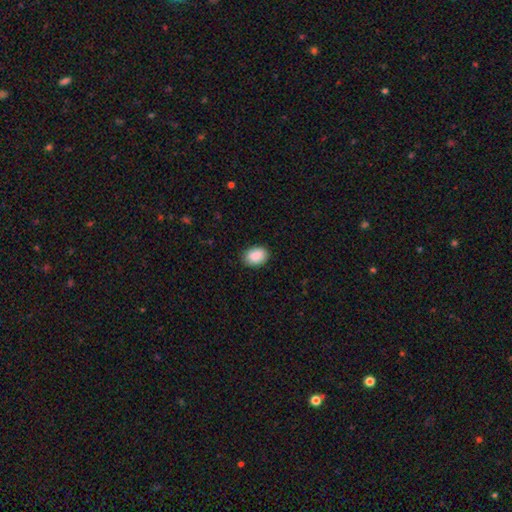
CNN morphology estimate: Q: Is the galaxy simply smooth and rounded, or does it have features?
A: smooth — 90%.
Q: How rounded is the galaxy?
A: in between — 78%.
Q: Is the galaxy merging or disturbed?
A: none — 86%.